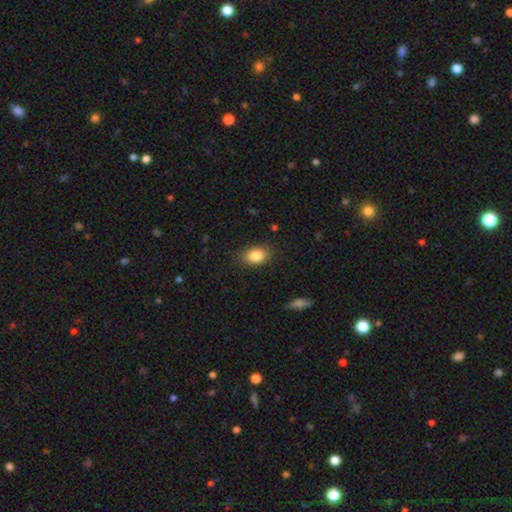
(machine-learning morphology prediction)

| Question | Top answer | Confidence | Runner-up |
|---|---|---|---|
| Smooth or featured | smooth | 84% | star or artifact (8%) |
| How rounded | in between | 82% | round (16%) |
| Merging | none | 84% | minor disturbance (12%) |